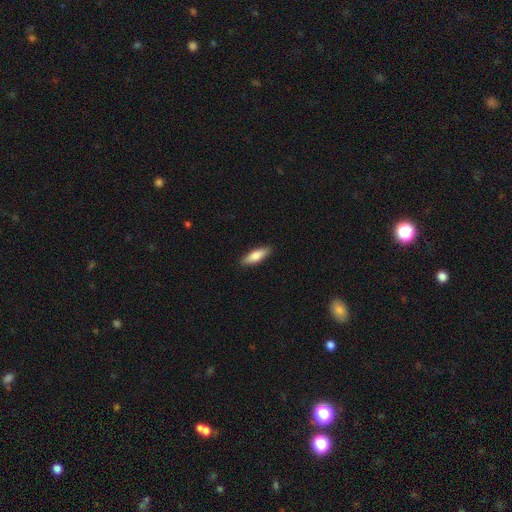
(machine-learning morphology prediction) smooth-or-featured: smooth: 77% | featured or disk: 18% | star or artifact: 6%
  how-rounded: in between: 50% | cigar-shaped: 48% | round: 2%
  merging: none: 89% | minor disturbance: 8% | major disturbance: 2% | merger: 1%